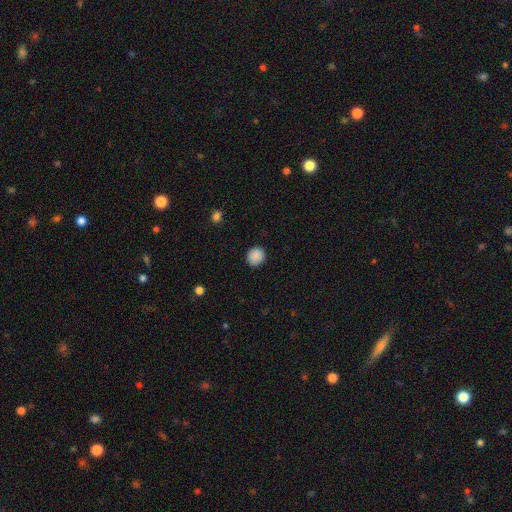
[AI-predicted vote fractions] smooth-or-featured: smooth: 89% | star or artifact: 9% | featured or disk: 3%
  how-rounded: round: 84% | in between: 16% | cigar-shaped: 1%
  merging: none: 89% | minor disturbance: 8% | major disturbance: 2% | merger: 1%